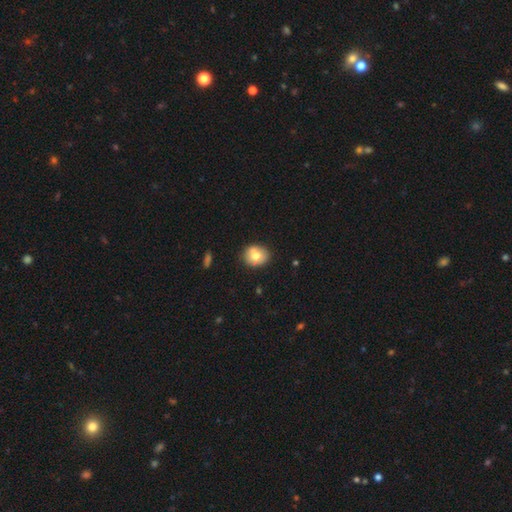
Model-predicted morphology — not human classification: Overall: smooth (70%). How rounded: round (68%; in between 31%). Merging: none (72%).